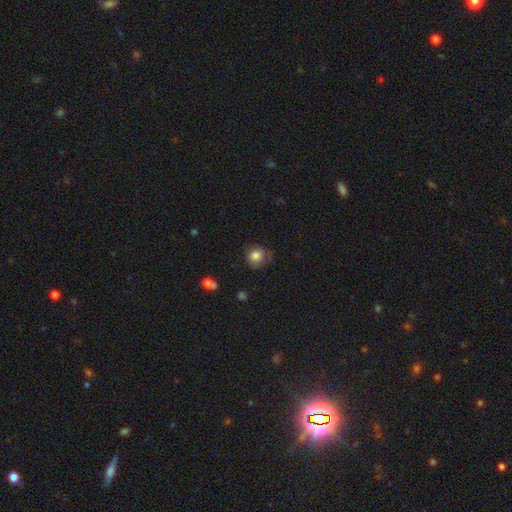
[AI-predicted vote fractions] smooth-or-featured: smooth: 82% | star or artifact: 10% | featured or disk: 7%
  how-rounded: round: 86% | in between: 13% | cigar-shaped: 1%
  merging: none: 70% | minor disturbance: 22% | major disturbance: 6% | merger: 2%